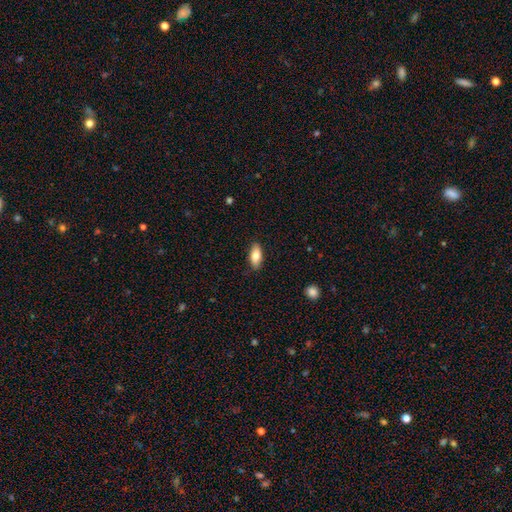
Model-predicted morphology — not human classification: A smooth galaxy with no disk features (81%) that is in between round and cigar-shaped (84%). Merging: none (87%).